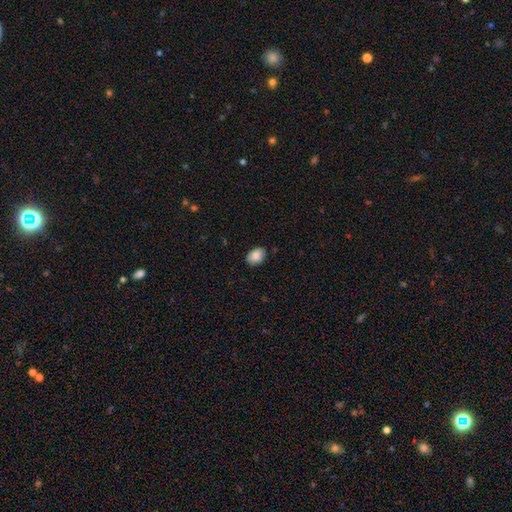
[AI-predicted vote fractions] This is clearly a smooth galaxy (86%). How rounded: likely in between (77%). Merging: clearly none (84%).